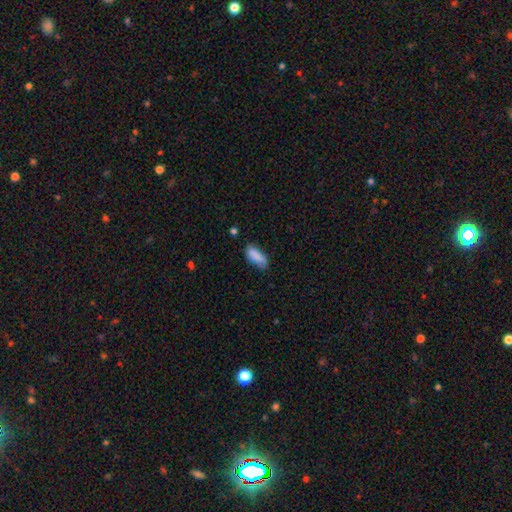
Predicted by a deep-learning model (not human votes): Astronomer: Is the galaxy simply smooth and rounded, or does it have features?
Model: smooth — 87%.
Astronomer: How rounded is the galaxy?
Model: in between — 77%.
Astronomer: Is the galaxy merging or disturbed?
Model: none — 63%.